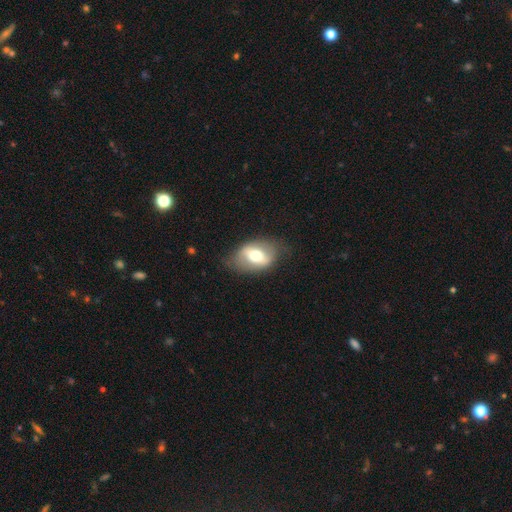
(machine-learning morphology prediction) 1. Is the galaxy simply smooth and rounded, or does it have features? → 48% smooth, 46% featured or disk, 7% star or artifact.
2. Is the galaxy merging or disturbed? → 72% none, 19% minor disturbance, 7% major disturbance, 1% merger.